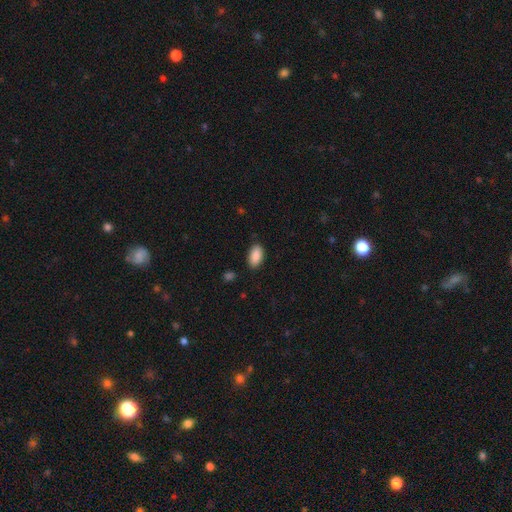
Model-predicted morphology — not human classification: Overall: smooth (89%). How rounded: in between (94%). Merging: none (86%).